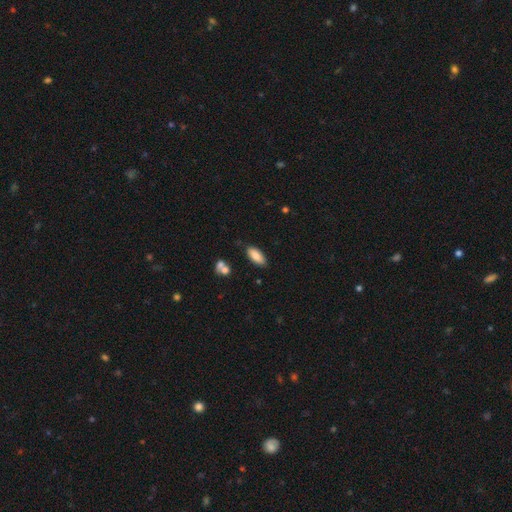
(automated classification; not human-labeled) Smooth or featured? smooth (84%)
How rounded? in between (85%)
Merging? none (82%)